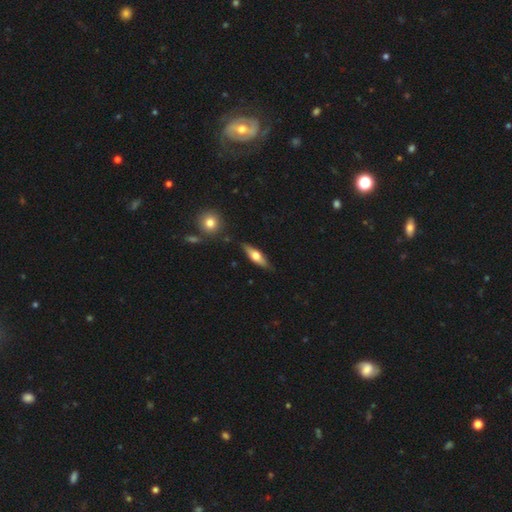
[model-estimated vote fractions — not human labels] A smooth galaxy with no disk features (49%).

Vote fractions:
- Smooth or featured? smooth: 49% / featured or disk: 46% / star or artifact: 5%
- Merging? none: 83% / minor disturbance: 12% / merger: 3% / major disturbance: 2%